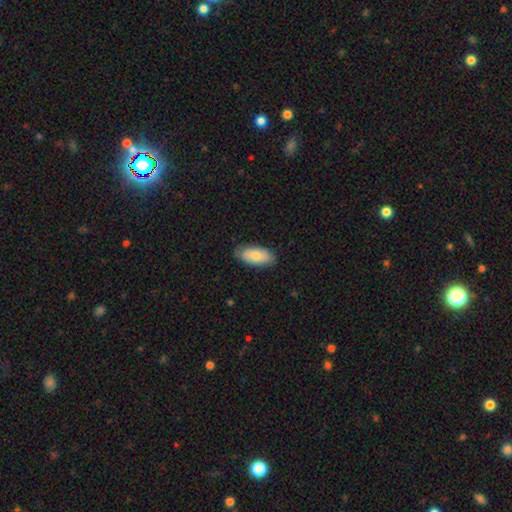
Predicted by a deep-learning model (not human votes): Smooth or featured?
  - smooth: 77% *
  - featured or disk: 18%
  - star or artifact: 6%
How rounded?
  - in between: 92% *
  - cigar-shaped: 6%
  - round: 2%
Merging?
  - none: 81% *
  - minor disturbance: 15%
  - major disturbance: 3%
  - merger: 1%